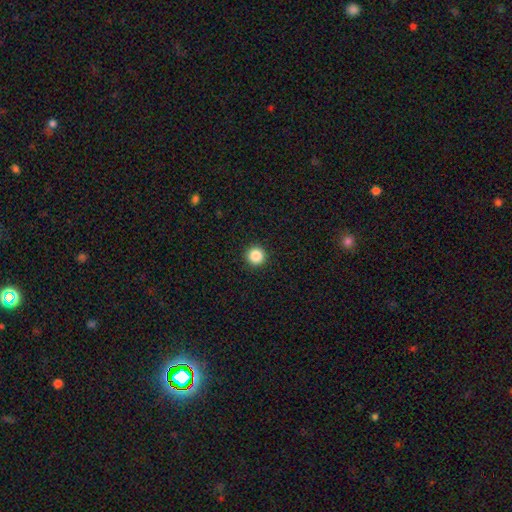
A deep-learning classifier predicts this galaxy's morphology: smooth 87%, star or artifact 10%, featured or disk 3%. Down the decision tree: how rounded — round (96%); merging — none (93%).